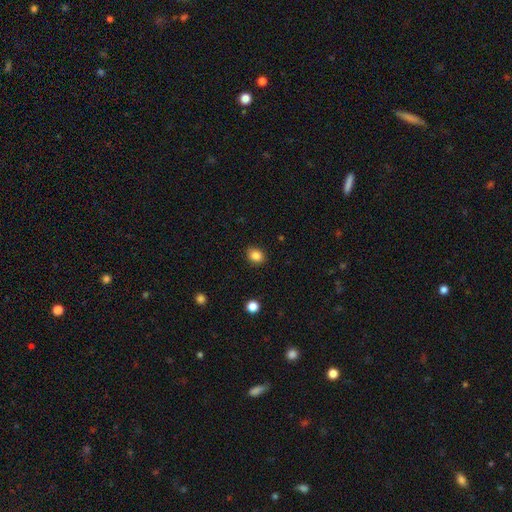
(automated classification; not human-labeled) Q: Smooth or featured?
A: smooth (86%); runner-up: star or artifact (10%)
Q: How rounded?
A: round (58%); runner-up: in between (41%)
Q: Merging?
A: none (89%); runner-up: minor disturbance (8%)